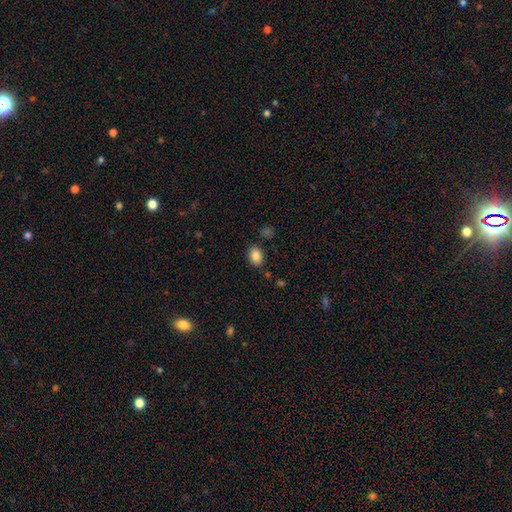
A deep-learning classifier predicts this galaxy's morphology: A smooth galaxy with no disk features (86%) that is in between round and cigar-shaped (76%). Merging: none (84%).